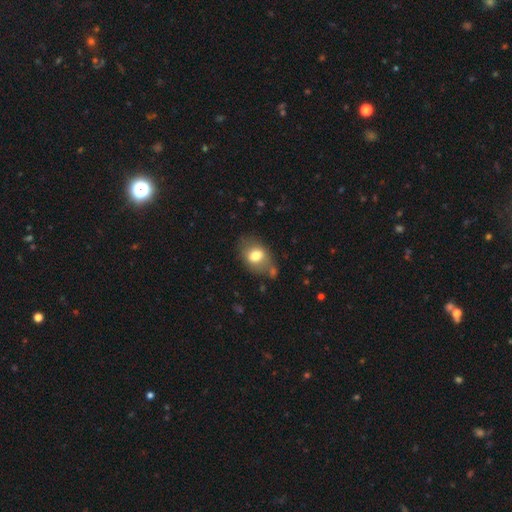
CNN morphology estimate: The model was most divided on "merging": none: 62%, minor disturbance: 21%, major disturbance: 9%, merger: 8%. More confident: smooth or featured — smooth (73%); how rounded — in between (72%).